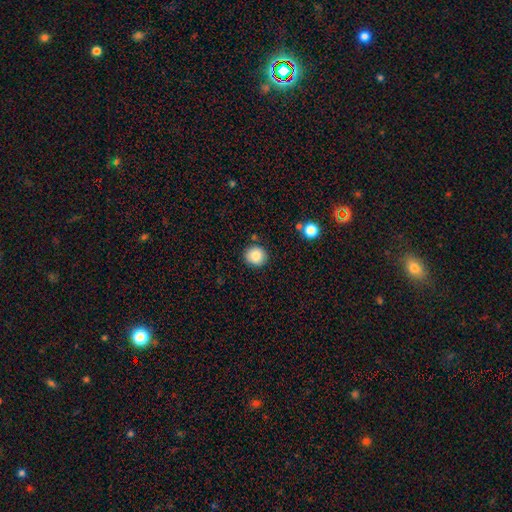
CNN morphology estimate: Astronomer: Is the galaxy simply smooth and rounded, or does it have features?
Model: smooth — 85%.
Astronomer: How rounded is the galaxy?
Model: round — 90%.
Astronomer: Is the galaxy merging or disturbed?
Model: none — 88%.